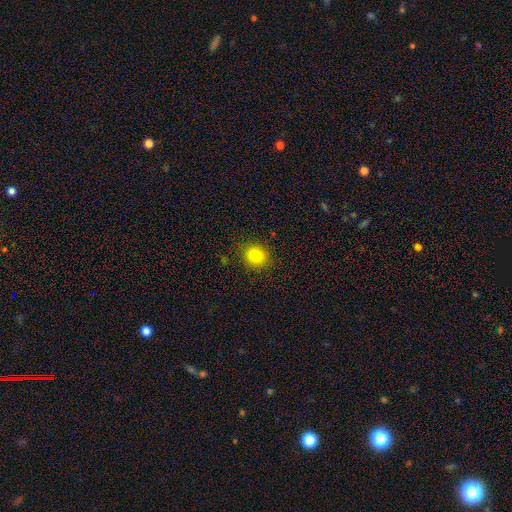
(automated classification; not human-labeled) This appears to be a smooth galaxy with no disk features (81%) that is round (84%). Merging: none (88%).